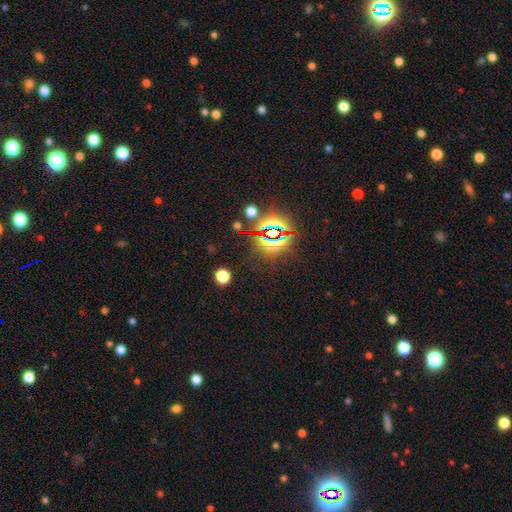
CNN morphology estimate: type=star or artifact (82%).